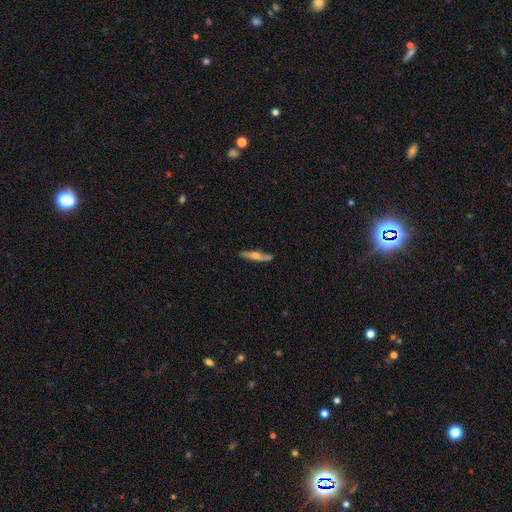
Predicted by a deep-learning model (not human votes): Smooth or featured?
  - featured or disk: 51% *
  - smooth: 43%
  - star or artifact: 6%
Edge-on disk?
  - yes: 82% *
  - no: 18%
Merging?
  - none: 82% *
  - minor disturbance: 14%
  - major disturbance: 2%
  - merger: 2%